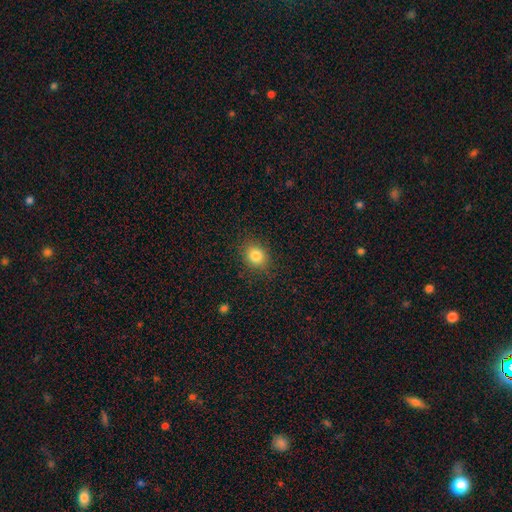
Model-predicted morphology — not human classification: Smooth or featured?
  - smooth: 83% *
  - star or artifact: 11%
  - featured or disk: 6%
How rounded?
  - round: 61% *
  - in between: 38%
  - cigar-shaped: 1%
Merging?
  - none: 87% *
  - minor disturbance: 10%
  - major disturbance: 3%
  - merger: 1%